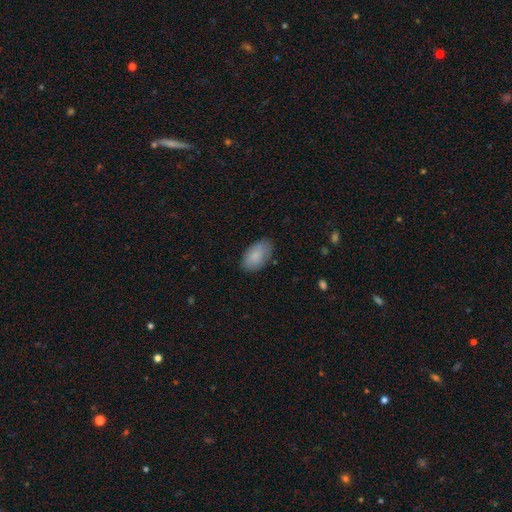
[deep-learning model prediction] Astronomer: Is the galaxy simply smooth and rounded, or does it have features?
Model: smooth — 87%.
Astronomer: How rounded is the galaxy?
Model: in between — 94%.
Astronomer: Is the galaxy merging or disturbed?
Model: none — 80%.